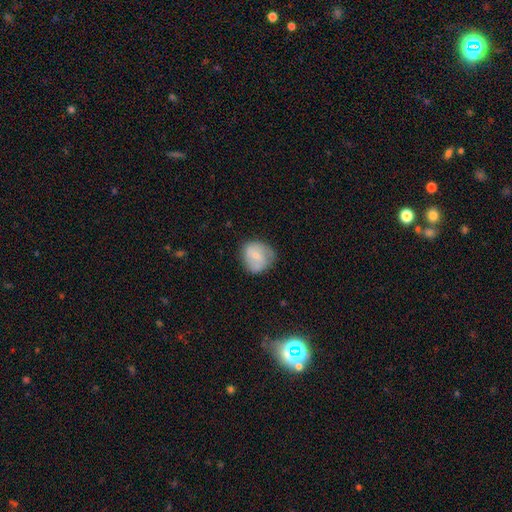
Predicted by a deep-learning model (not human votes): A smooth galaxy with no disk features (62%) that is round (80%). Merging: none (65%).